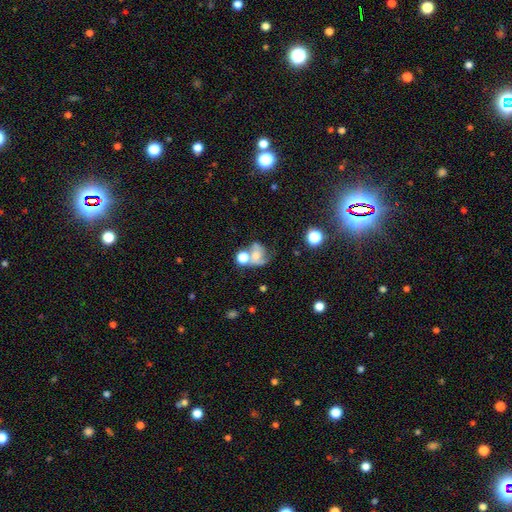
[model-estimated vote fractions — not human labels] smooth-or-featured: featured or disk: 48% | smooth: 38% | star or artifact: 13%
  merging: merger: 34% | none: 30% | major disturbance: 19% | minor disturbance: 17%